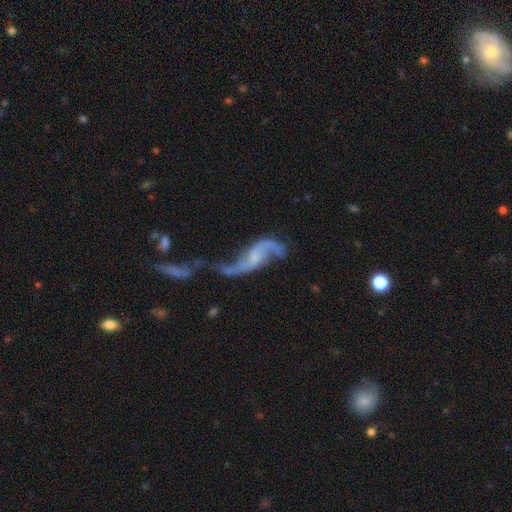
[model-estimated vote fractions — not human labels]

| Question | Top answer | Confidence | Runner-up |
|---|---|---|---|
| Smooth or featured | featured or disk | 84% | smooth (9%) |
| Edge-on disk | no | 94% | yes (6%) |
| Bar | no | 51% | weak (38%) |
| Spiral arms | yes | 91% | no (9%) |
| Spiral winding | loose | 87% | medium (10%) |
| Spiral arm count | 2 | 89% | 1 (5%) |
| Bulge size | small | 41% | none (39%) |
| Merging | merger | 36% | none (27%) |